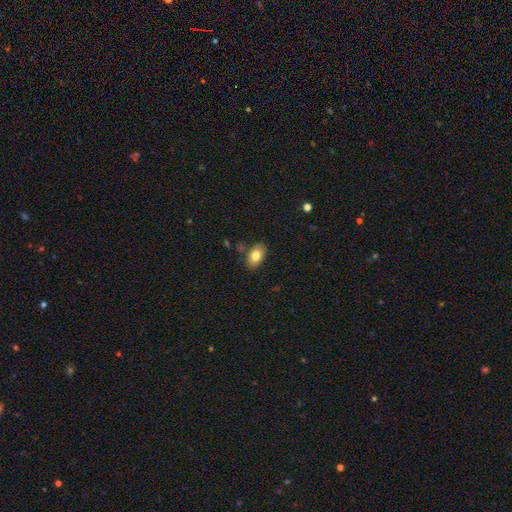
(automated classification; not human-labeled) smooth 80%, featured or disk 12%, star or artifact 8%. Down the decision tree: how rounded — in between (89%); merging — none (82%).